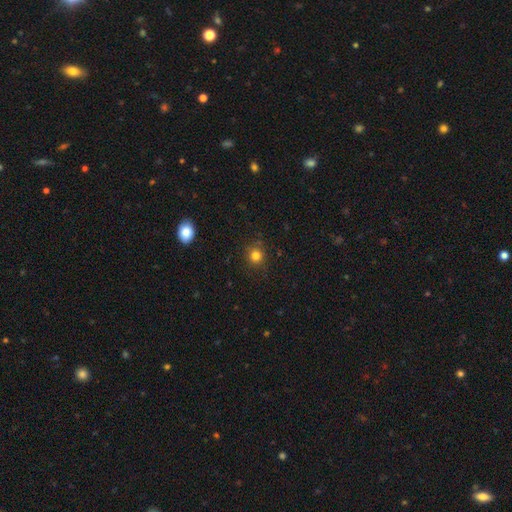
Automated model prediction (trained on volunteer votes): A smooth galaxy with no disk features (82%) that is round (90%).

Vote fractions:
- Smooth or featured? smooth: 82% / star or artifact: 13% / featured or disk: 5%
- How rounded? round: 90% / in between: 9% / cigar-shaped: 1%
- Merging? none: 87% / minor disturbance: 9% / major disturbance: 3% / merger: 1%